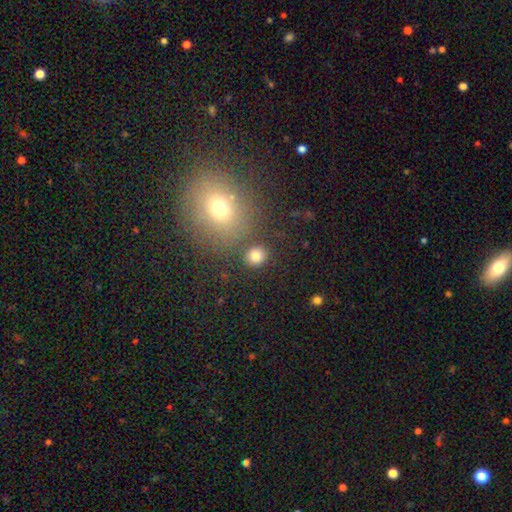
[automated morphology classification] This appears to be a smooth galaxy with no disk features (81%) that is round (82%). Merging: none (82%).